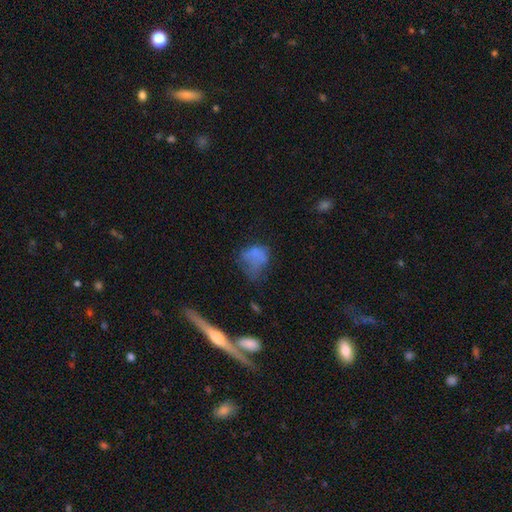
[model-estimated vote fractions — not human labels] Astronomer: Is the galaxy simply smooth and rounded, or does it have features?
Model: smooth — 60%.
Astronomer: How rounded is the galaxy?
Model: in between — 59% (runner-up: round, 39%).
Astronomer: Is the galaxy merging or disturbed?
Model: major disturbance — 43% (runner-up: minor disturbance, 27%).